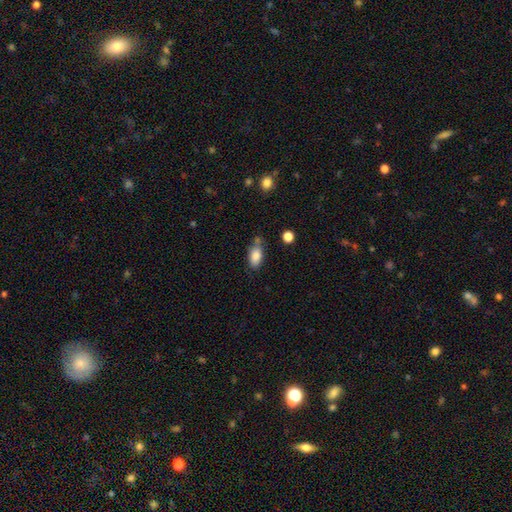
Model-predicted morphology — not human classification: This is clearly a smooth galaxy (84%). How rounded: clearly in between (89%). Merging: possibly none (59%).